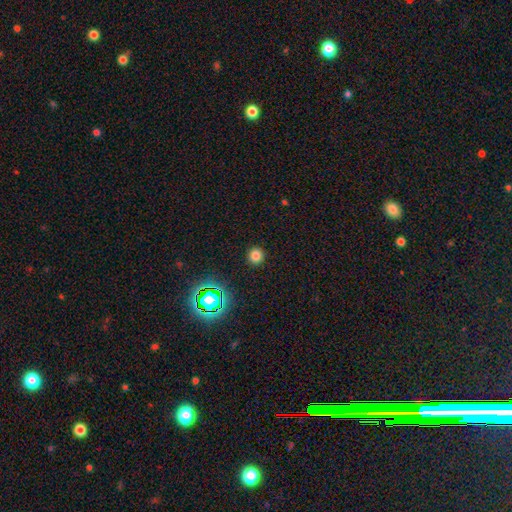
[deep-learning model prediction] Overall: smooth (77%). How rounded: round (94%). Merging: none (92%).